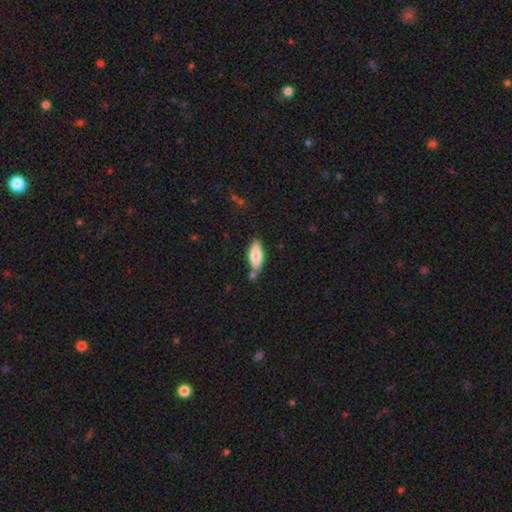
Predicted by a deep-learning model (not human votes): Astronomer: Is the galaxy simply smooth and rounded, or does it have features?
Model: smooth — 79%.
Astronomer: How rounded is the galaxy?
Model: in between — 75%.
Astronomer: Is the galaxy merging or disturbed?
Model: none — 72%.